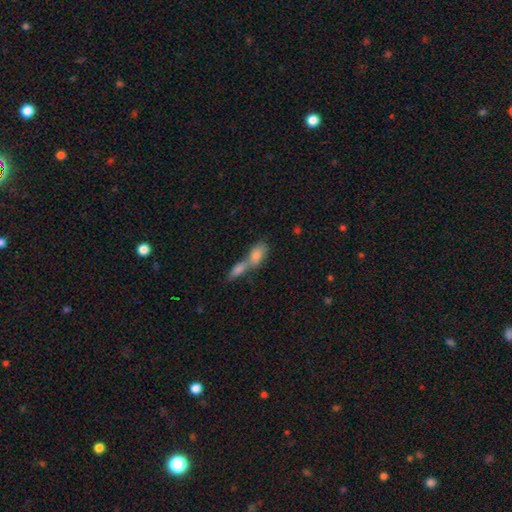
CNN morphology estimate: A smooth galaxy with no disk features (74%) that is in between round and cigar-shaped (74%).

Vote fractions:
- Smooth or featured? smooth: 74% / featured or disk: 16% / star or artifact: 10%
- How rounded? in between: 74% / cigar-shaped: 17% / round: 9%
- Merging? merger: 72% / none: 19% / minor disturbance: 5% / major disturbance: 3%